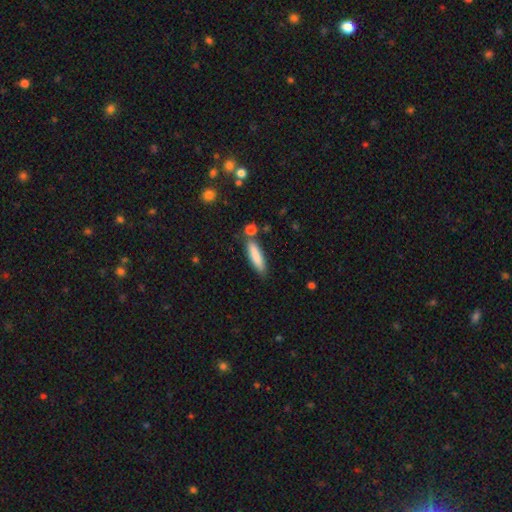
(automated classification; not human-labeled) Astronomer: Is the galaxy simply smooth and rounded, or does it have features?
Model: smooth — 82%.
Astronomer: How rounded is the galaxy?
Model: cigar-shaped — 76%.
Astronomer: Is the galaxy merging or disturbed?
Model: none — 79%.